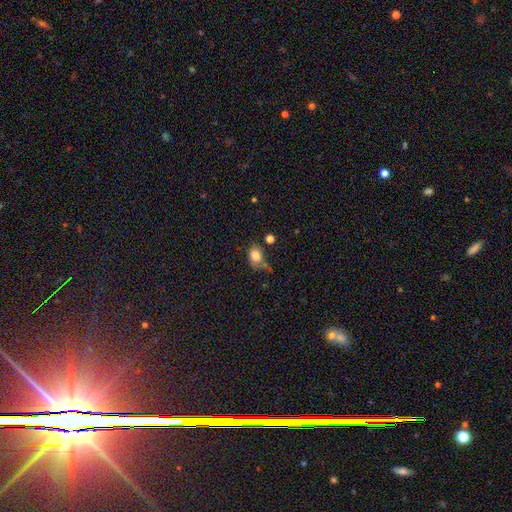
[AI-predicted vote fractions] Smooth or featured? smooth (81%)
How rounded? in between (67%)
Merging? none (44%)